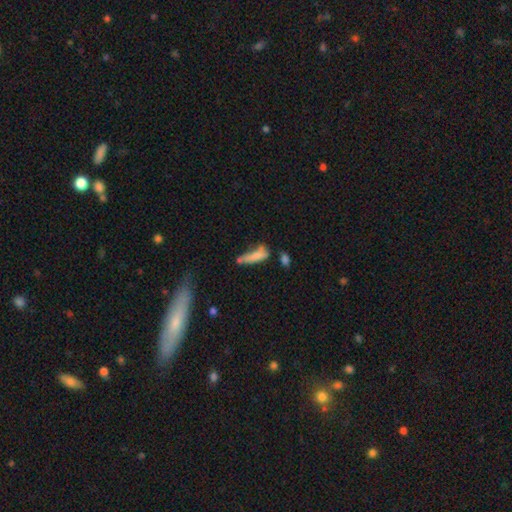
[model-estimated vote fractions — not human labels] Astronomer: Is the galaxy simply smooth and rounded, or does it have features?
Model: smooth — 73%.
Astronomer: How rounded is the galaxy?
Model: cigar-shaped — 63%.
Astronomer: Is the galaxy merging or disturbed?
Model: none — 32% (runner-up: minor disturbance, 26%).